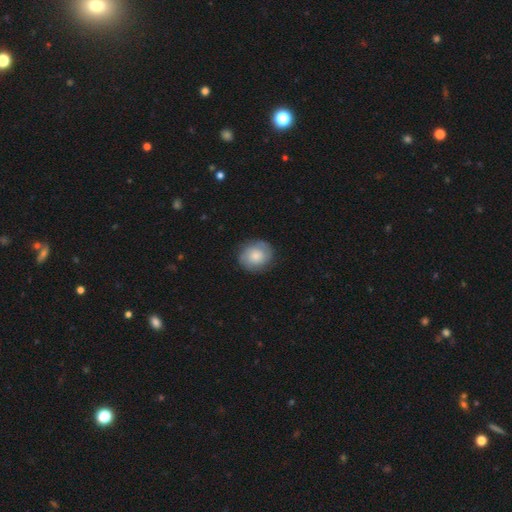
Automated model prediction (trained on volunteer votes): Morphology: type=smooth (62%); roundness=round (77%); merging=none (82%).